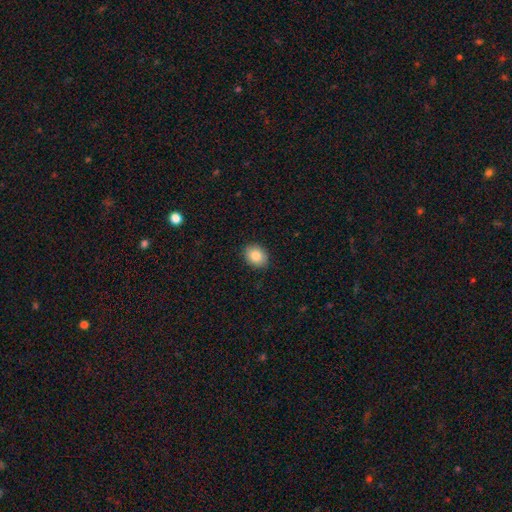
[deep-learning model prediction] smooth_or_featured: smooth (p=0.84) [alt: star or artifact p=0.08]
how_rounded: in between (p=0.55) [alt: round p=0.44]
merging: none (p=0.90) [alt: minor disturbance p=0.08]